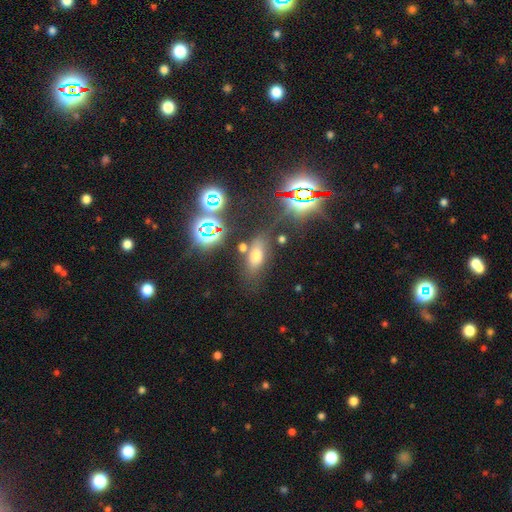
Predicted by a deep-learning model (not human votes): Q: Smooth or featured?
A: smooth (57%); runner-up: star or artifact (27%)
Q: How rounded?
A: in between (72%); runner-up: cigar-shaped (17%)
Q: Merging?
A: none (72%); runner-up: minor disturbance (13%)